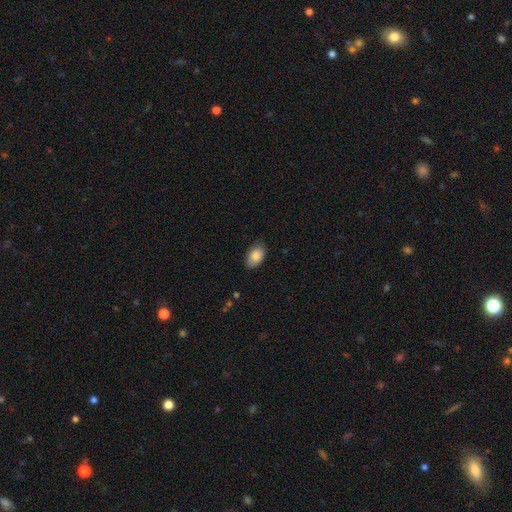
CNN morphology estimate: This is clearly a smooth galaxy (84%). How rounded: clearly in between (91%). Merging: clearly none (83%).